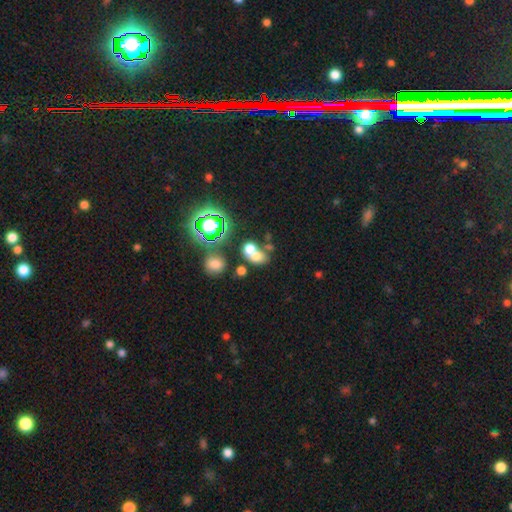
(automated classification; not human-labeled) Smooth or featured? smooth (61%)
How rounded? in between (50%)
Merging? merger (54%)